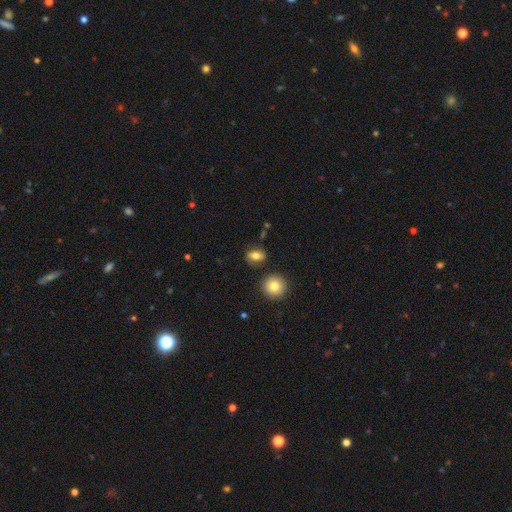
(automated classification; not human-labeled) This appears to be a smooth galaxy with no disk features (72%) that is in between round and cigar-shaped (65%). Merging: none (80%).